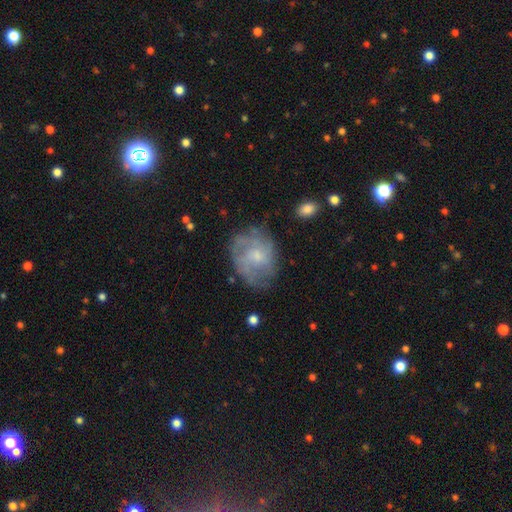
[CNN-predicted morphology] Smooth or featured: featured or disk — 66% (smooth — 26%)
Edge-on disk: no — 97% (yes — 3%)
Bar: no — 69% (weak — 28%)
Spiral arms: yes — 78% (no — 22%)
Spiral winding: medium — 41% (tight — 40%)
Spiral arm count: can't tell — 46% (2 — 17%)
Bulge size: small — 65% (moderate — 26%)
Merging: none — 65% (minor disturbance — 22%)